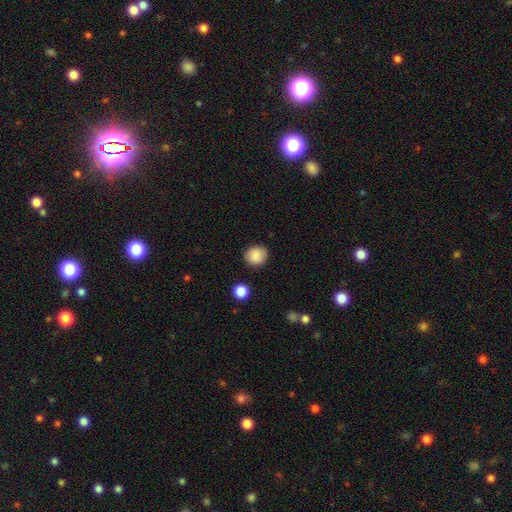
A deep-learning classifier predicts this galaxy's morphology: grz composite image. It shows a smooth galaxy with no disk features (87%) that is round (81%). Merging: none (87%).